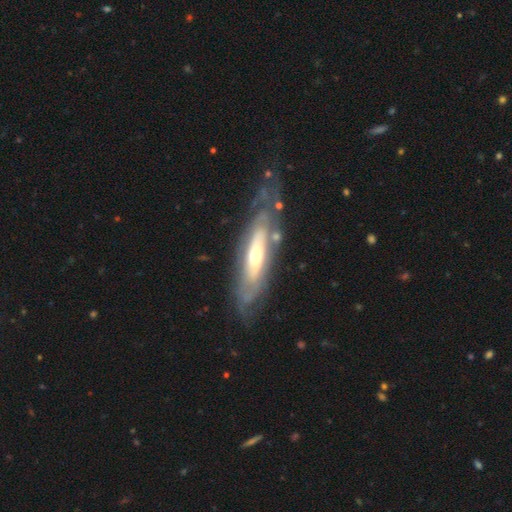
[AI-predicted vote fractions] Smooth or featured? Predicted: featured or disk (p=0.73). Edge-on disk? Predicted: no (p=0.71). Bar? Predicted: no (p=0.72). Spiral arms? Predicted: yes (p=0.56). Bulge size? Predicted: moderate (p=0.65). Merging? Predicted: none (p=0.66).